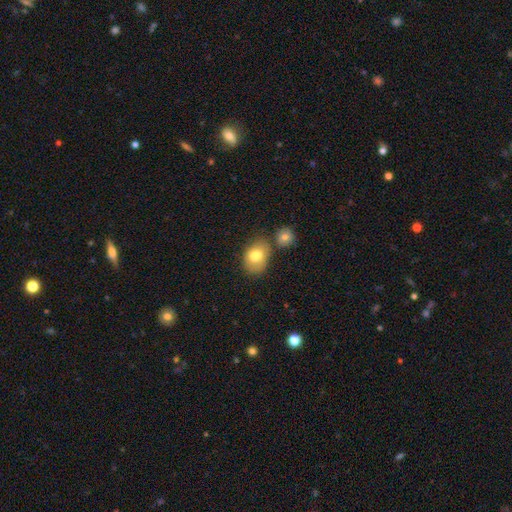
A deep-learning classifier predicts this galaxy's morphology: Q: Smooth or featured?
A: smooth (77%); runner-up: featured or disk (15%)
Q: How rounded?
A: in between (77%); runner-up: round (22%)
Q: Merging?
A: none (50%); runner-up: merger (22%)